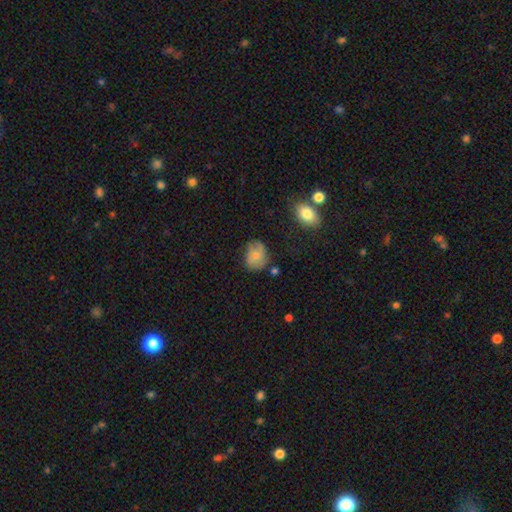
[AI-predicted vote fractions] Smooth or featured? smooth (63%)
How rounded? round (51%)
Merging? none (57%)